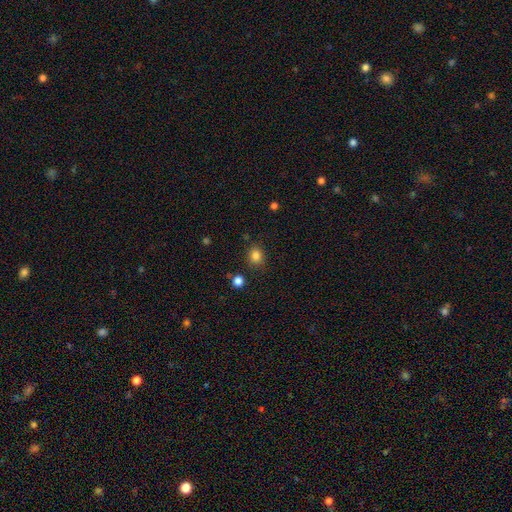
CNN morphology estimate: Q: Smooth or featured?
A: smooth (83%); runner-up: star or artifact (12%)
Q: How rounded?
A: round (74%); runner-up: in between (25%)
Q: Merging?
A: none (84%); runner-up: minor disturbance (10%)